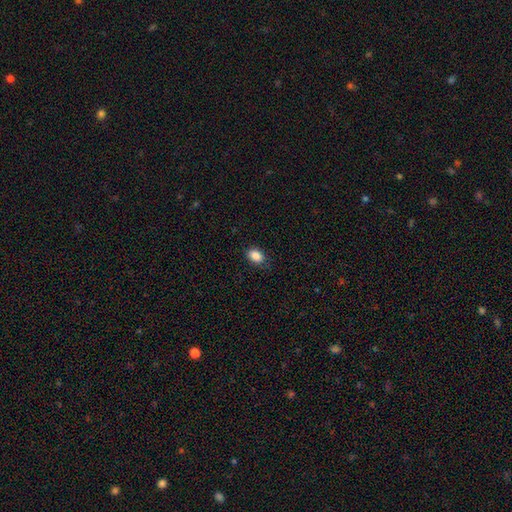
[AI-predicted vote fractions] smooth 87%, star or artifact 9%, featured or disk 4%. Down the decision tree: how rounded — in between (79%); merging — none (82%).